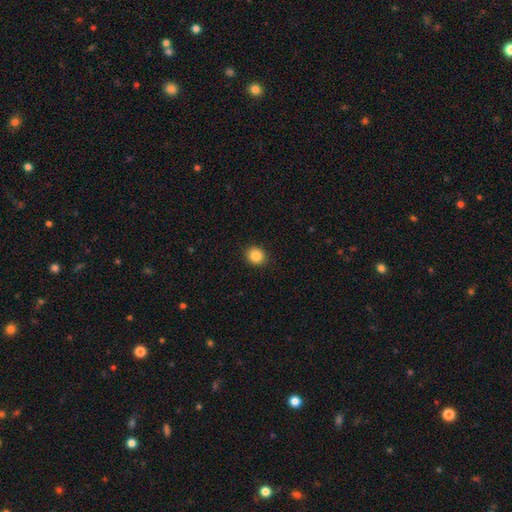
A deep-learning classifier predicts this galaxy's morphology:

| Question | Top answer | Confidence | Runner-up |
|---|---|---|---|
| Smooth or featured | smooth | 87% | star or artifact (10%) |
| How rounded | round | 83% | in between (16%) |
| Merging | none | 91% | minor disturbance (6%) |